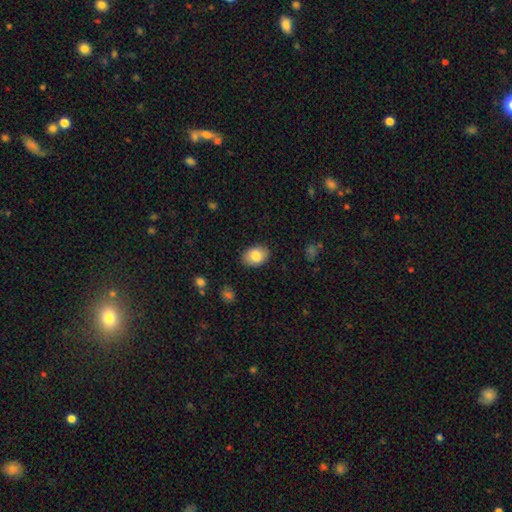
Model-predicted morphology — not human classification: This is clearly a smooth galaxy (83%). How rounded: clearly in between (81%). Merging: clearly none (87%).